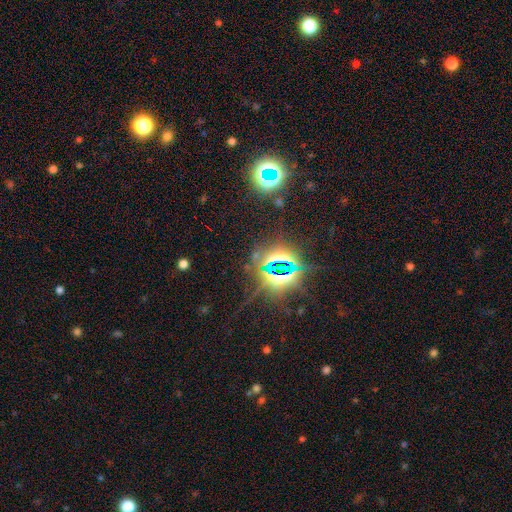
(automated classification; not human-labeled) Morphology: type=star or artifact (80%).